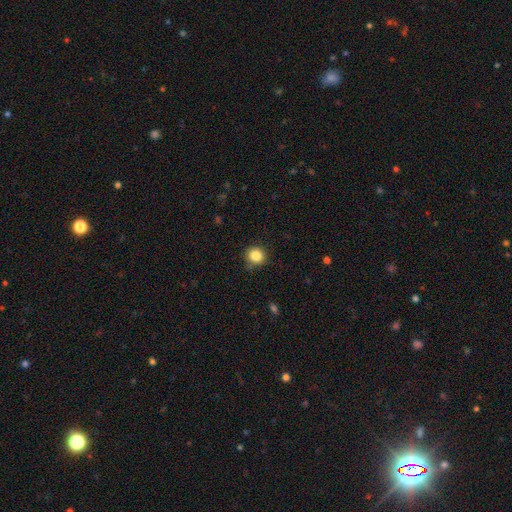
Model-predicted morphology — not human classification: A smooth galaxy with no disk features (85%) that is round (86%).

Vote fractions:
- Smooth or featured? smooth: 85% / star or artifact: 11% / featured or disk: 4%
- How rounded? round: 86% / in between: 13% / cigar-shaped: 1%
- Merging? none: 84% / minor disturbance: 11% / major disturbance: 3% / merger: 2%